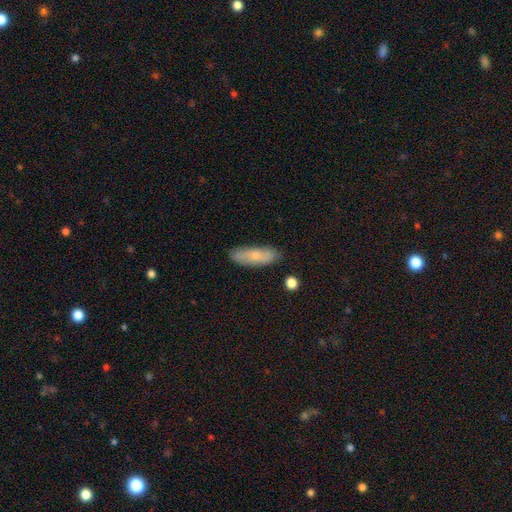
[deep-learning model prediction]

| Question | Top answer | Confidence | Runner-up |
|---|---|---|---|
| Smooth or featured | smooth | 72% | featured or disk (21%) |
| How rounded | in between | 53% | cigar-shaped (45%) |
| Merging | none | 84% | minor disturbance (12%) |